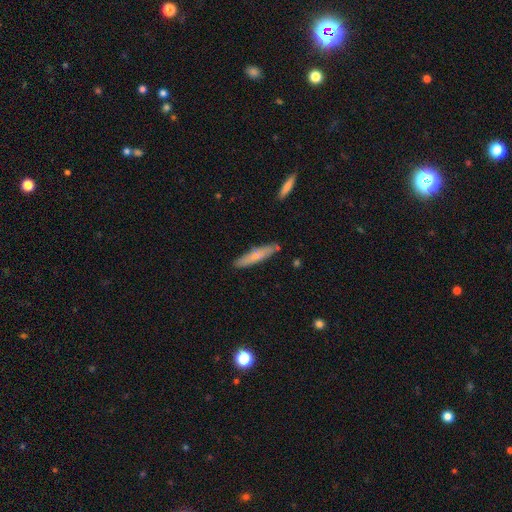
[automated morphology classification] This appears to be a smooth galaxy with no disk features (70%) that is cigar-shaped (88%). Merging: none (85%).